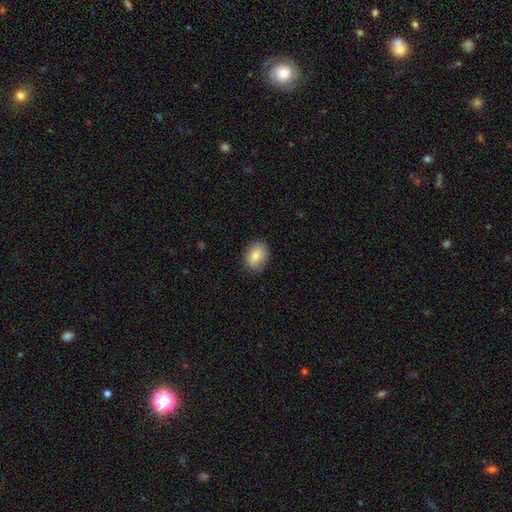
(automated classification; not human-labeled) Morphology: type=smooth (83%); roundness=in between (71%); merging=none (80%).